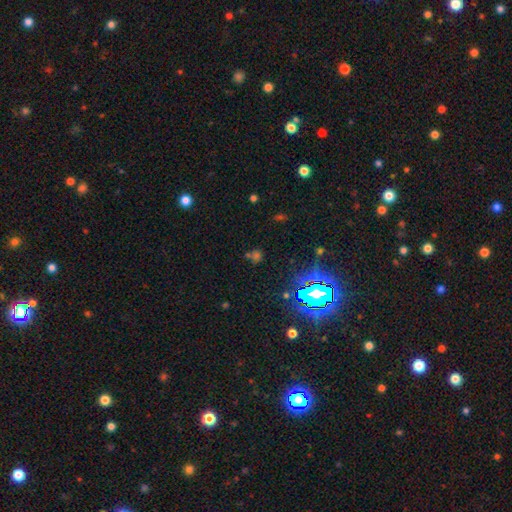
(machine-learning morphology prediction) star or artifact 62%, smooth 28%, featured or disk 10%.